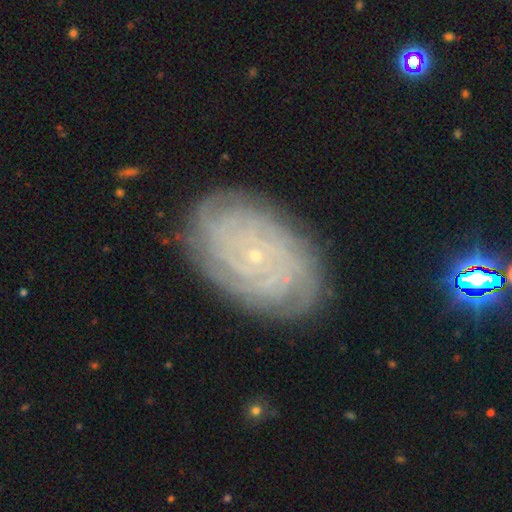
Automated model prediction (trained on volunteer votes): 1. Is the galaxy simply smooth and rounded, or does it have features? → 84% featured or disk, 8% smooth, 8% star or artifact.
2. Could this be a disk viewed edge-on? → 96% no, 4% yes.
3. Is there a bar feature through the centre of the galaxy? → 82% no, 14% weak, 4% strong.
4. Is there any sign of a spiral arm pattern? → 97% yes, 3% no.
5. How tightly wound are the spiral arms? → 86% tight, 11% medium, 3% loose.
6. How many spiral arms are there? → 32% more than 4, 24% can't tell, 19% 4, 10% 3, 9% 2, 7% 1.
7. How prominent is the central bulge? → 90% small, 7% moderate, 2% none, 1% large, 1% dominant.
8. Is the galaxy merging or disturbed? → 84% none, 12% minor disturbance, 3% major disturbance, 1% merger.